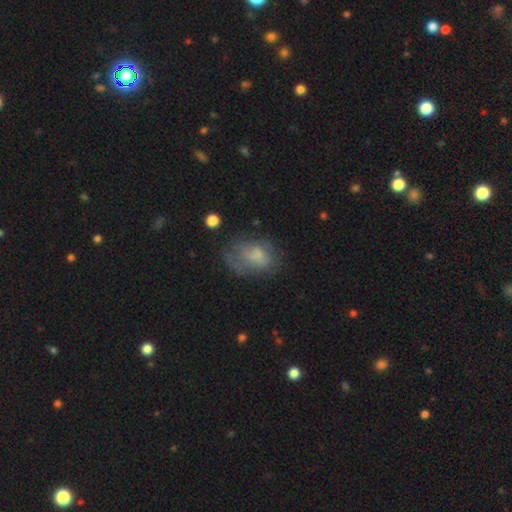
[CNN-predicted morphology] Smooth or featured?
  - smooth: 59% *
  - featured or disk: 30%
  - star or artifact: 11%
How rounded?
  - in between: 79% *
  - round: 19%
  - cigar-shaped: 2%
Merging?
  - none: 40% *
  - minor disturbance: 28%
  - major disturbance: 28%
  - merger: 4%